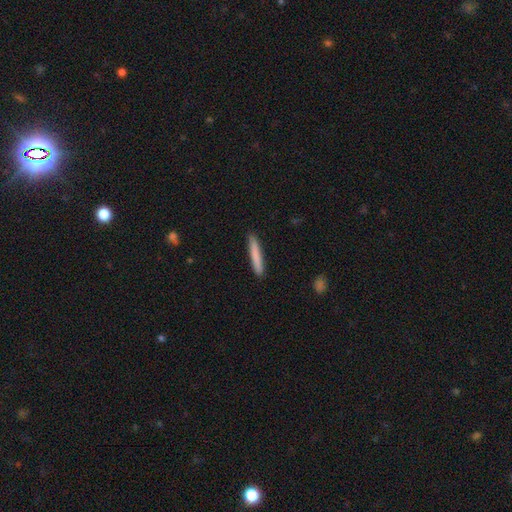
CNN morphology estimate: type=smooth (80%); roundness=cigar-shaped (95%); merging=none (90%).